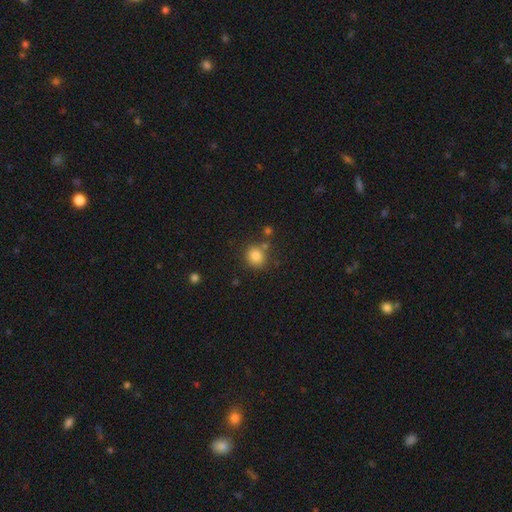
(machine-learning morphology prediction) smooth 84%, star or artifact 11%, featured or disk 5%. Down the decision tree: how rounded — round (82%); merging — none (75%).